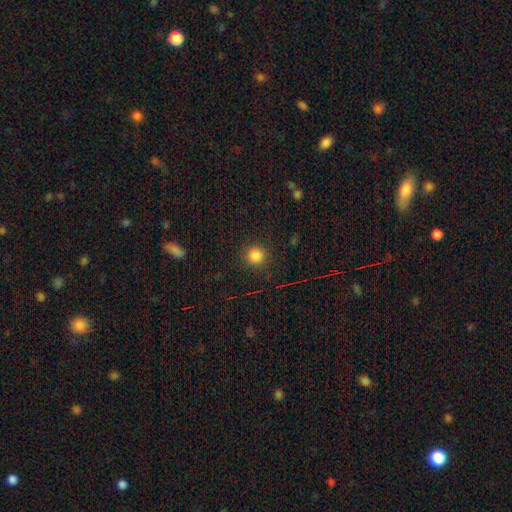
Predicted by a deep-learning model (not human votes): Smooth or featured? smooth (83%)
How rounded? round (88%)
Merging? none (88%)